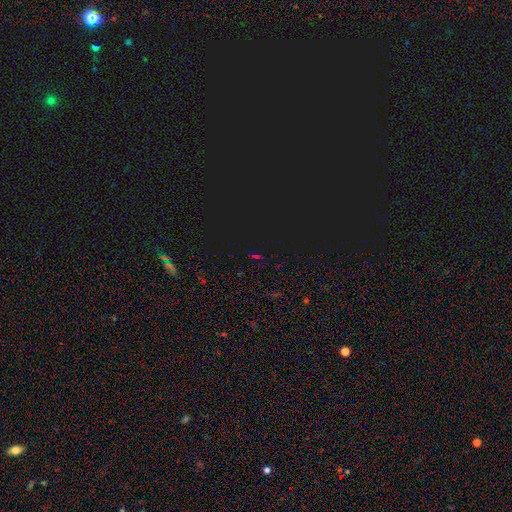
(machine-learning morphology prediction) Q: Smooth or featured?
A: star or artifact (71%); runner-up: smooth (19%)